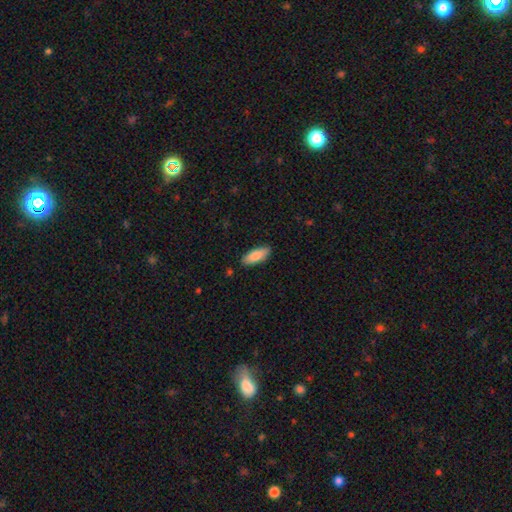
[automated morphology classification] smooth_or_featured: smooth (p=0.84) [alt: featured or disk p=0.10]
how_rounded: in between (p=0.73) [alt: cigar-shaped p=0.25]
merging: none (p=0.86) [alt: minor disturbance p=0.10]